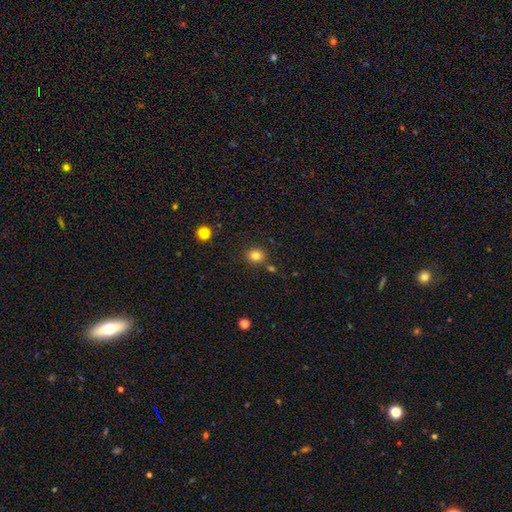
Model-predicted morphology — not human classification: Overall: smooth (82%). How rounded: round (81%). Merging: none (82%).